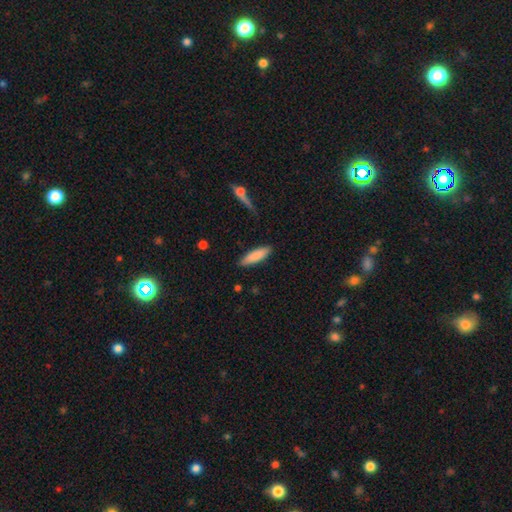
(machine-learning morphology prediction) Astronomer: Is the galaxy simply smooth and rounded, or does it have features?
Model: smooth — 85%.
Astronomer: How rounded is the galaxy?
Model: cigar-shaped — 60% (runner-up: in between, 39%).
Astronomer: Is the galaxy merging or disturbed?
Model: none — 87%.